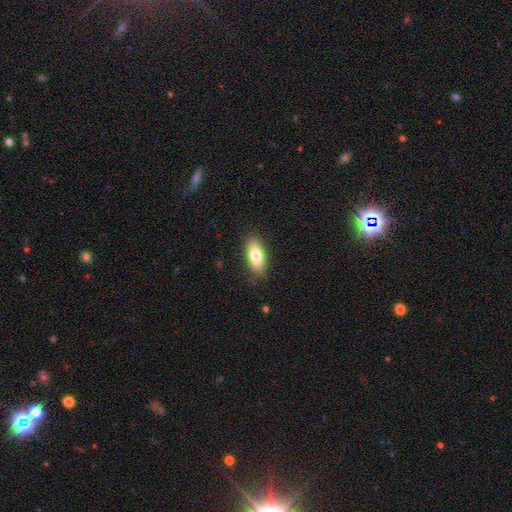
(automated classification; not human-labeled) This is likely a smooth galaxy (78%). How rounded: clearly in between (82%). Merging: clearly none (84%).